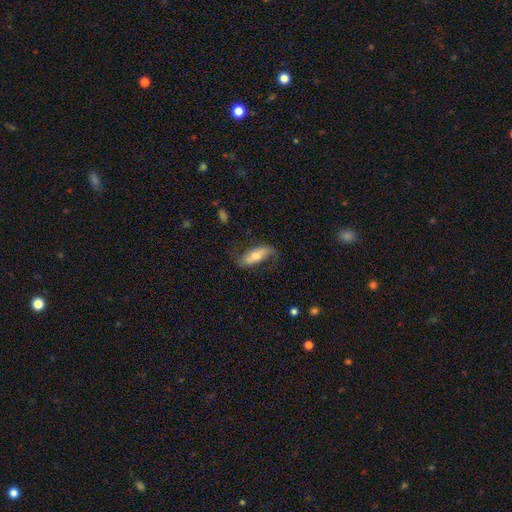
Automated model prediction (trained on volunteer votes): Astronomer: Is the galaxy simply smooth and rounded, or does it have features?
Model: featured or disk — 52% (runner-up: smooth, 41%).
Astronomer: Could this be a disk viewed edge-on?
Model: no — 77%.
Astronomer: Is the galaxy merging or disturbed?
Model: none — 67%.